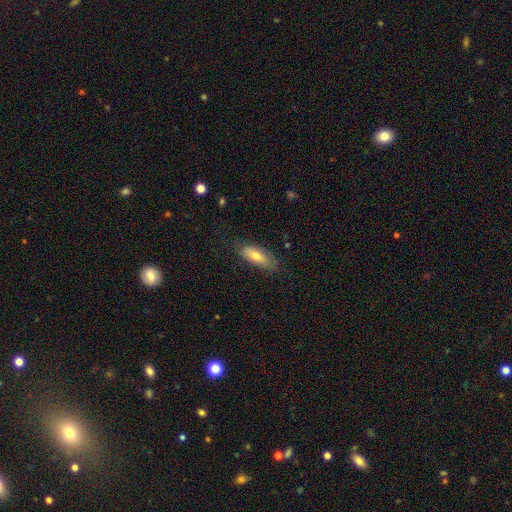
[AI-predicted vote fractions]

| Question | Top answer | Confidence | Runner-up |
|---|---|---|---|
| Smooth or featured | smooth | 66% | featured or disk (27%) |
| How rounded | in between | 72% | cigar-shaped (26%) |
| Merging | none | 73% | minor disturbance (21%) |